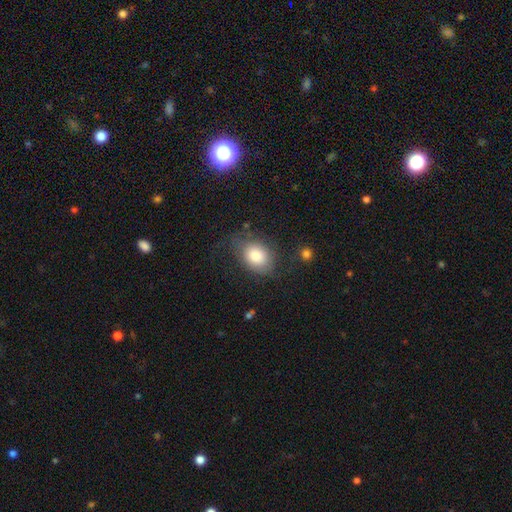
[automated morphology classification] A smooth galaxy with no disk features (78%) that is in between round and cigar-shaped (71%).

Vote fractions:
- Smooth or featured? smooth: 78% / featured or disk: 14% / star or artifact: 8%
- How rounded? in between: 71% / round: 28% / cigar-shaped: 1%
- Merging? none: 60% / minor disturbance: 24% / major disturbance: 14% / merger: 3%